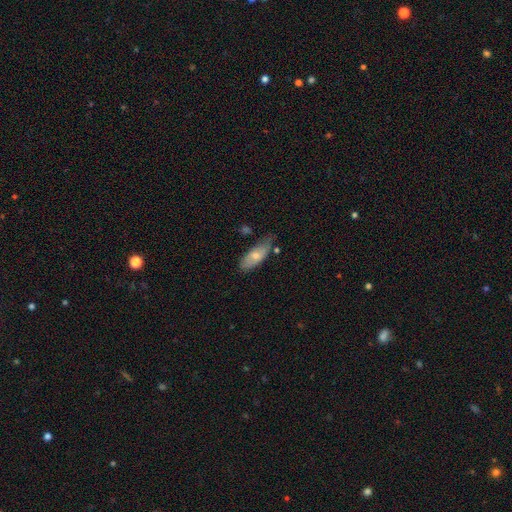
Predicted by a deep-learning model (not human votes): Smooth or featured: smooth — 65% (featured or disk — 28%)
How rounded: in between — 78% (cigar-shaped — 20%)
Merging: none — 58% (minor disturbance — 31%)